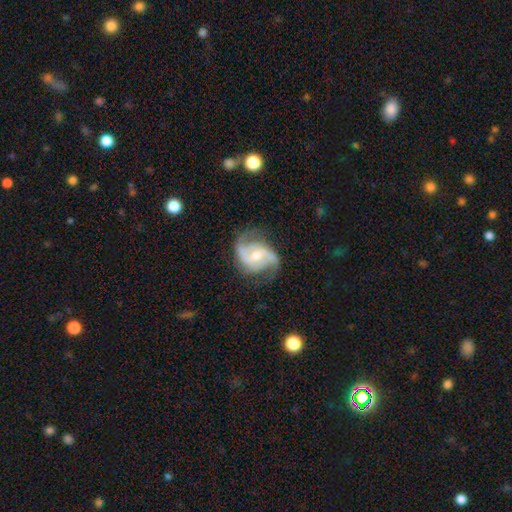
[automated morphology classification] type=featured or disk (86%); edge-on=no (98%); bar=weak (46%); spiral arms=yes (96%); winding=medium (47%); arm count=2 (83%); bulge=moderate (59%); merging=none (69%).